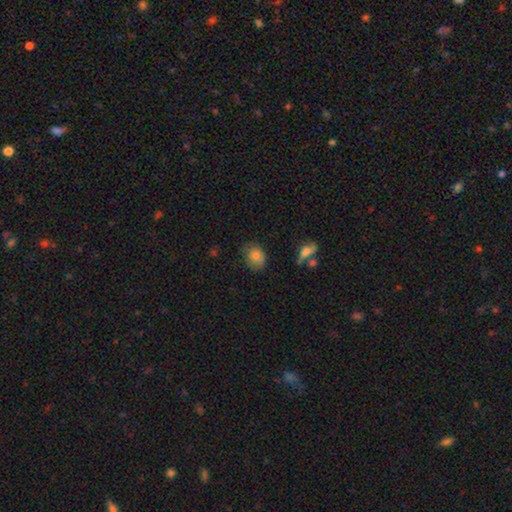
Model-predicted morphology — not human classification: Smooth or featured: smooth — 79% (featured or disk — 12%)
How rounded: in between — 59% (round — 40%)
Merging: none — 64% (minor disturbance — 27%)